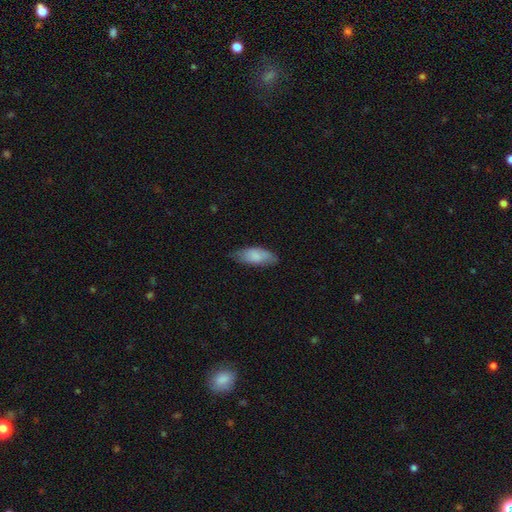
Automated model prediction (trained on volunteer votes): smooth-or-featured: smooth: 82% | featured or disk: 12% | star or artifact: 6%
  how-rounded: in between: 82% | cigar-shaped: 17% | round: 2%
  merging: none: 67% | minor disturbance: 27% | major disturbance: 5% | merger: 1%